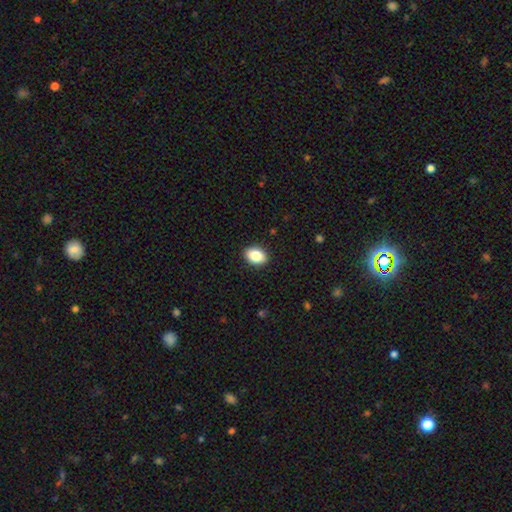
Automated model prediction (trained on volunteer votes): This is clearly a smooth galaxy (85%). How rounded: likely in between (79%). Merging: clearly none (91%).